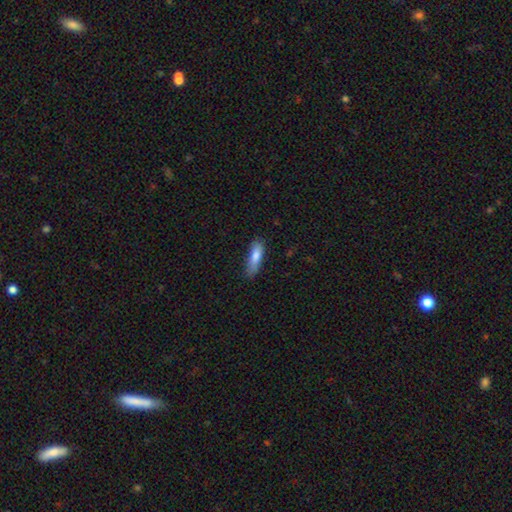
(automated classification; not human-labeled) smooth-or-featured: smooth: 79% | featured or disk: 14% | star or artifact: 7%
  how-rounded: cigar-shaped: 54% | in between: 44% | round: 2%
  merging: none: 66% | minor disturbance: 27% | major disturbance: 6% | merger: 2%